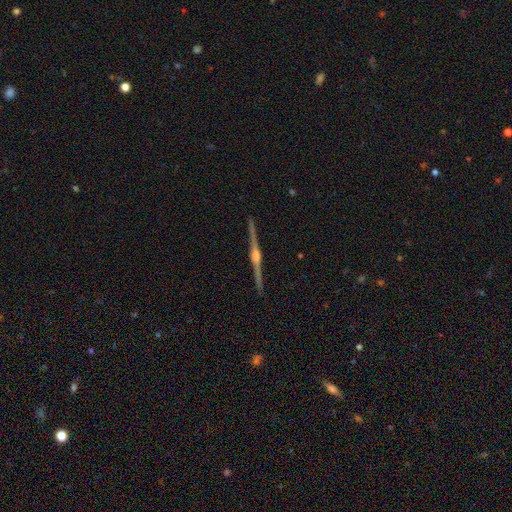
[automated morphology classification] smooth-or-featured: featured or disk: 88% | smooth: 6% | star or artifact: 5%
  disk-edge-on: yes: 99% | no: 1%
    edge-on-bulge: rounded: 90% | boxy: 5% | none: 5%
  merging: none: 93% | minor disturbance: 5% | major disturbance: 1% | merger: 1%